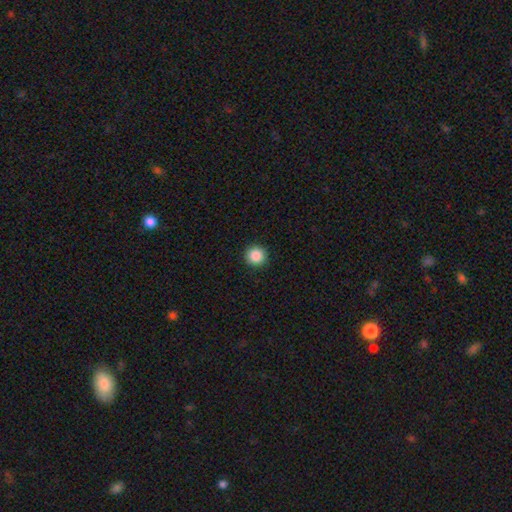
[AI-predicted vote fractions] A smooth galaxy with no disk features (87%) that is round (96%).

Vote fractions:
- Smooth or featured? smooth: 87% / star or artifact: 9% / featured or disk: 3%
- How rounded? round: 96% / in between: 3% / cigar-shaped: 1%
- Merging? none: 93% / minor disturbance: 4% / major disturbance: 2% / merger: 1%